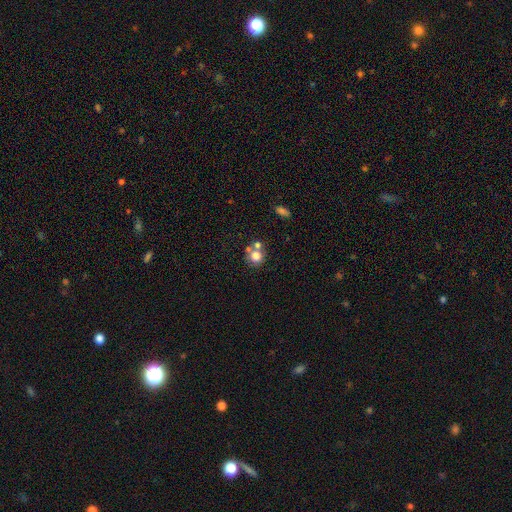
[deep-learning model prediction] Overall: smooth (74%). How rounded: round (84%). Merging: none (48%; merger 38%).